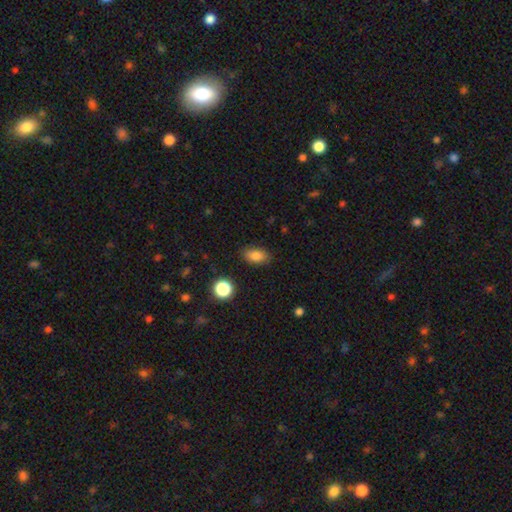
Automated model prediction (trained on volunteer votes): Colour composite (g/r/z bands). It shows a smooth galaxy with no disk features (83%) that is in between round and cigar-shaped (87%). Merging: none (85%).